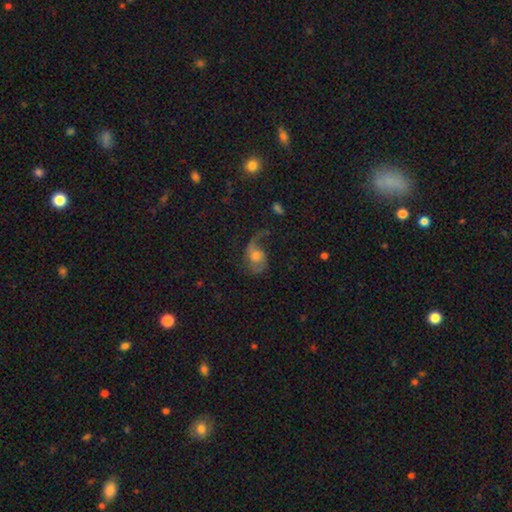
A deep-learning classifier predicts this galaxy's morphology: A featured or disk galaxy (66%) with no bar (67%), 2 (54%) loose (66%) spiral arms (88%) and a moderate central bulge (51%).

Vote fractions:
- Smooth or featured? featured or disk: 66% / smooth: 24% / star or artifact: 9%
- Edge-on disk? no: 97% / yes: 3%
- Bar? no: 67% / weak: 27% / strong: 6%
- Spiral arms? yes: 88% / no: 12%
- Spiral winding? loose: 66% / medium: 26% / tight: 7%
- Spiral arm count? 2: 54% / 1: 39% / can't tell: 4% / 3: 1% / 4: 1% / more than 4: 1%
- Bulge size? moderate: 51% / small: 35% / large: 8% / none: 4% / dominant: 2%
- Merging? none: 40% / major disturbance: 36% / minor disturbance: 21% / merger: 3%